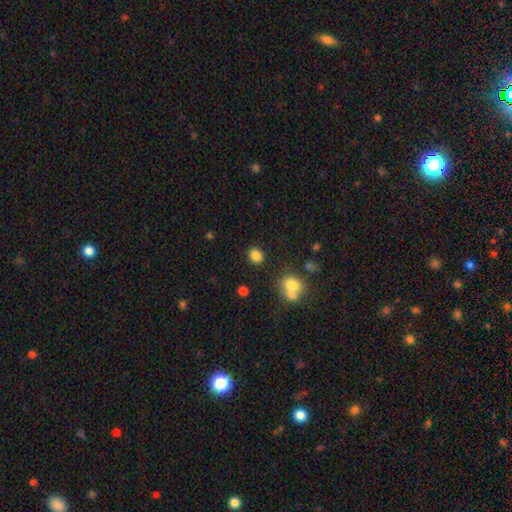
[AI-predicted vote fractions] Overall: smooth (84%). How rounded: round (53%; in between 46%). Merging: none (84%).